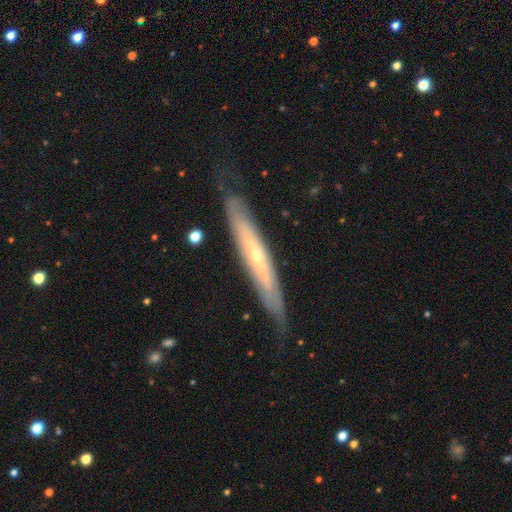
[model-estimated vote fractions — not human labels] A featured or disk galaxy (70%) viewed edge-on (69%).

Vote fractions:
- Smooth or featured? featured or disk: 70% / smooth: 24% / star or artifact: 6%
- Edge-on disk? yes: 69% / no: 31%
- Merging? none: 75% / minor disturbance: 18% / major disturbance: 5% / merger: 1%